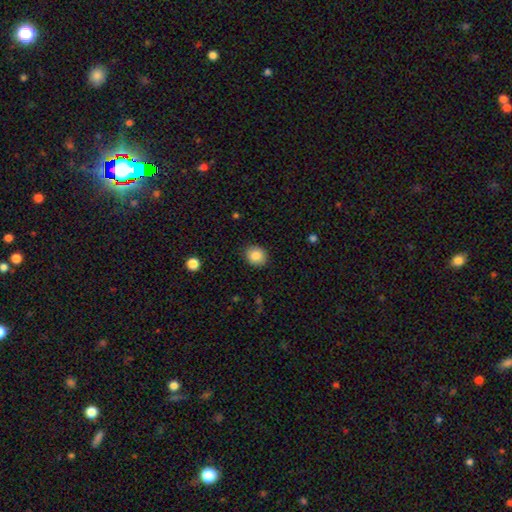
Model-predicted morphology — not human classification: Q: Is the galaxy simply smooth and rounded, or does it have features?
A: smooth — 85%.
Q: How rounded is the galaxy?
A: round — 71%.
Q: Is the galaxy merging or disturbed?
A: none — 89%.